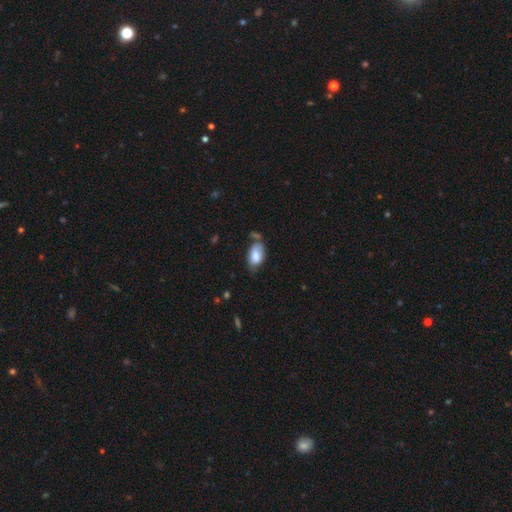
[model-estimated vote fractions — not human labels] Smooth or featured?
  - smooth: 79% *
  - featured or disk: 14%
  - star or artifact: 7%
How rounded?
  - in between: 93% *
  - round: 5%
  - cigar-shaped: 2%
Merging?
  - none: 47% *
  - minor disturbance: 32%
  - major disturbance: 11%
  - merger: 10%